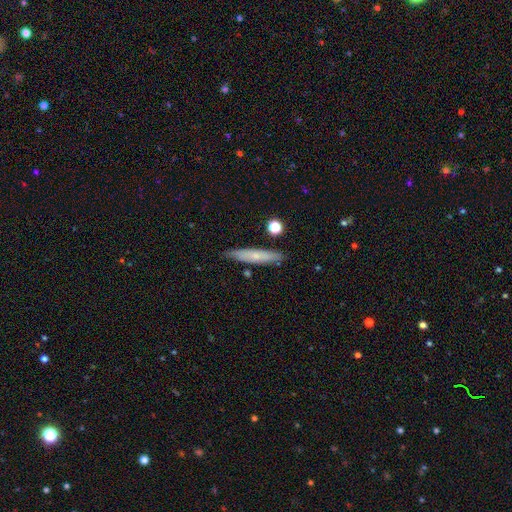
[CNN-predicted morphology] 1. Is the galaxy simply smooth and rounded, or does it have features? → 57% smooth, 36% featured or disk, 7% star or artifact.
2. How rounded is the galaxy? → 87% cigar-shaped, 11% in between, 2% round.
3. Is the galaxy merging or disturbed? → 82% none, 13% minor disturbance, 3% merger, 2% major disturbance.